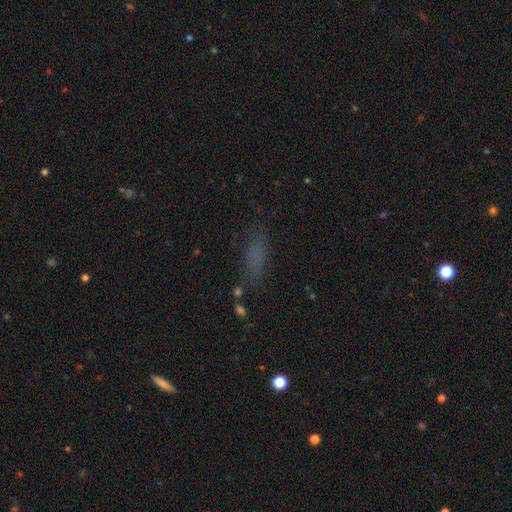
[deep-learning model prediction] Q: Smooth or featured?
A: smooth (66%); runner-up: star or artifact (20%)
Q: How rounded?
A: in between (50%); runner-up: cigar-shaped (46%)
Q: Merging?
A: none (69%); runner-up: minor disturbance (18%)